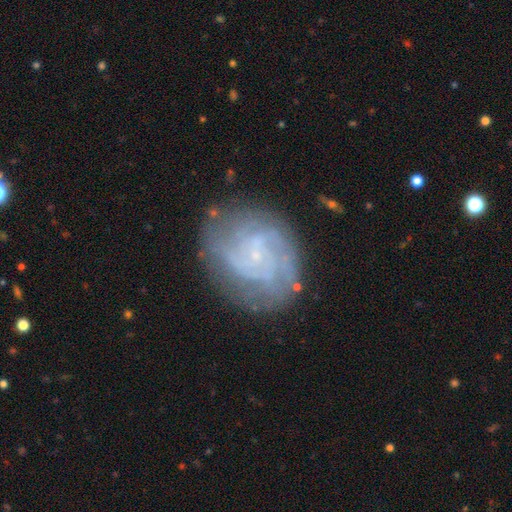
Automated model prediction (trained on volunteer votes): A featured or disk galaxy (77%) with no bar (67%), tight (54%) spiral arms (90%) and a small central bulge (80%).

Vote fractions:
- Smooth or featured? featured or disk: 77% / smooth: 15% / star or artifact: 8%
- Edge-on disk? no: 97% / yes: 3%
- Bar? no: 67% / weak: 28% / strong: 5%
- Spiral arms? yes: 90% / no: 10%
- Spiral winding? tight: 54% / medium: 34% / loose: 11%
- Spiral arm count? can't tell: 38% / 2: 21% / 3: 16% / 4: 12% / more than 4: 7% / 1: 6%
- Bulge size? small: 80% / none: 11% / moderate: 7% / large: 1% / dominant: 1%
- Merging? none: 73% / minor disturbance: 17% / major disturbance: 8% / merger: 2%